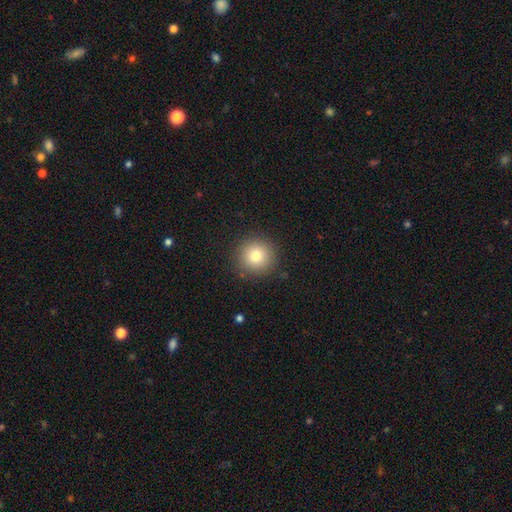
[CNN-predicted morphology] type=smooth (79%); roundness=round (95%); merging=none (90%).